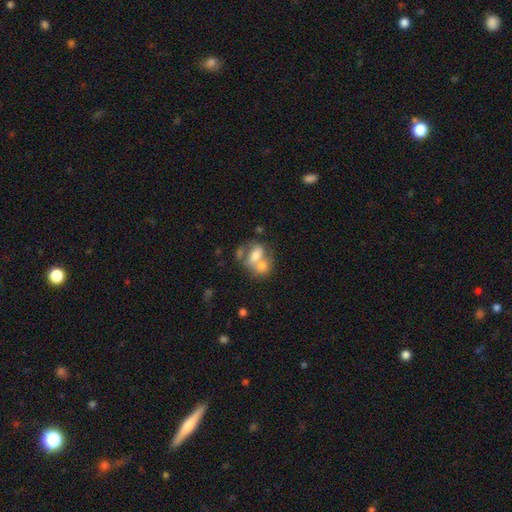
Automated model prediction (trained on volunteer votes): smooth 57%, featured or disk 35%, star or artifact 8%. Down the decision tree: how rounded — in between (67%); merging — merger (64%).